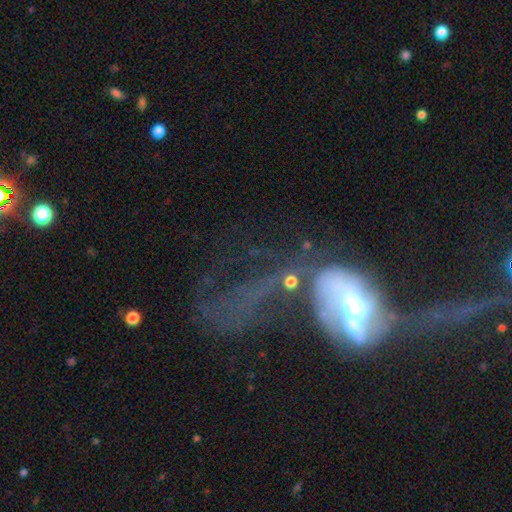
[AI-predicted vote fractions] smooth_or_featured: featured or disk (p=0.66) [alt: smooth p=0.20]
disk_edge_on: no (p=0.90) [alt: yes p=0.10]
bar: no (p=0.46) [alt: weak p=0.28]
has_spiral_arms: no (p=0.53) [alt: yes p=0.47]
bulge_size: moderate (p=0.57) [alt: small p=0.20]
merging: major disturbance (p=0.48) [alt: merger p=0.29]